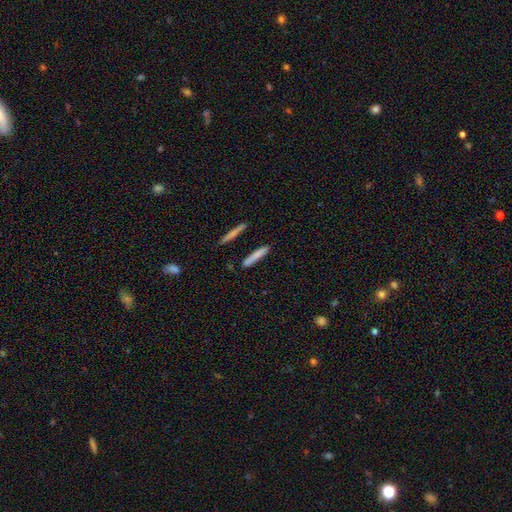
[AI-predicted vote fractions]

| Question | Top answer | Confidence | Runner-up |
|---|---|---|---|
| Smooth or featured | smooth | 74% | featured or disk (19%) |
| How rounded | cigar-shaped | 93% | in between (6%) |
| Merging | none | 85% | minor disturbance (9%) |